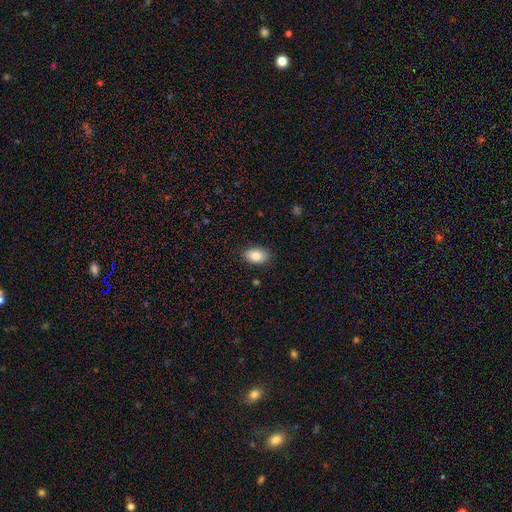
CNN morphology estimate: smooth 86%, star or artifact 7%, featured or disk 7%. Down the decision tree: how rounded — in between (86%); merging — none (86%).